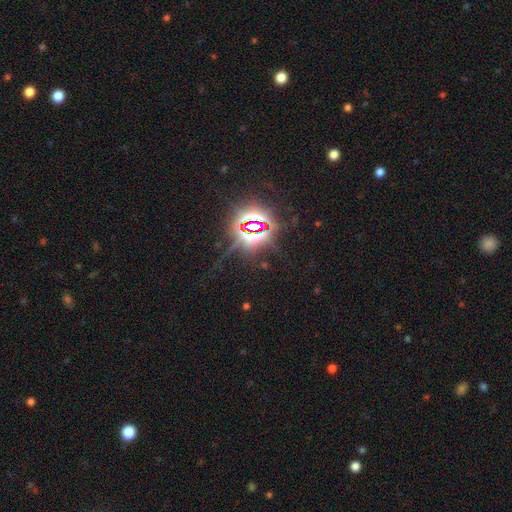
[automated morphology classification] type=star or artifact (85%).